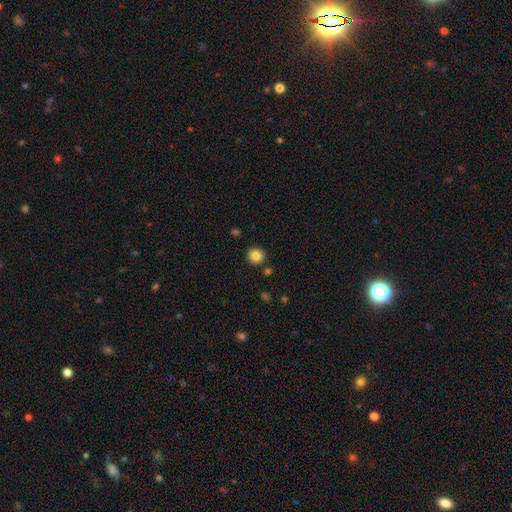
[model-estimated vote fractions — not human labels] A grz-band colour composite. It shows a smooth galaxy with no disk features (85%) that is round (91%). Merging: none (89%).